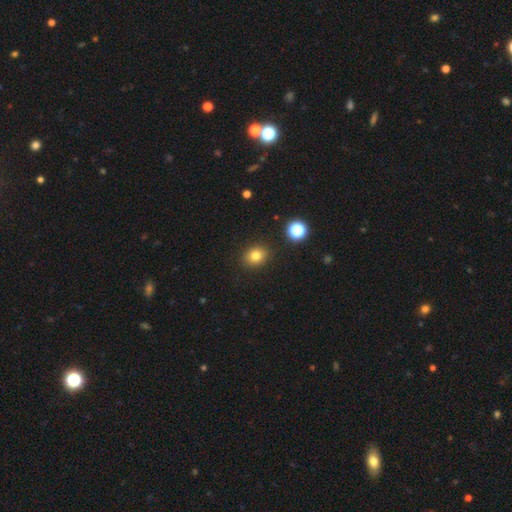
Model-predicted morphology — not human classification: Smooth or featured? Predicted: smooth (p=0.80). How rounded? Predicted: round (p=0.60). Merging? Predicted: none (p=0.88).